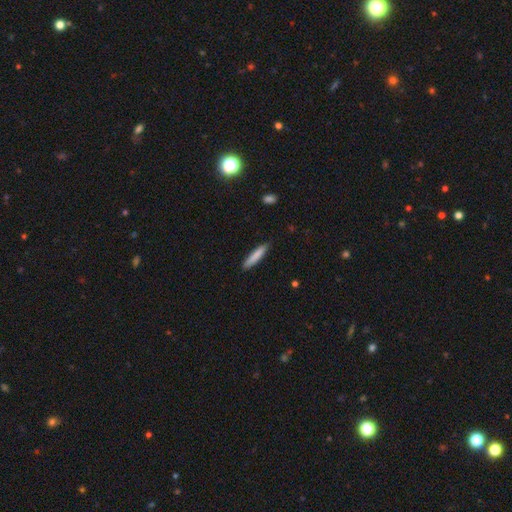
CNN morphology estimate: A smooth galaxy with no disk features (83%) that is cigar-shaped (90%).

Vote fractions:
- Smooth or featured? smooth: 83% / featured or disk: 11% / star or artifact: 6%
- How rounded? cigar-shaped: 90% / in between: 9% / round: 1%
- Merging? none: 87% / minor disturbance: 10% / major disturbance: 2% / merger: 1%